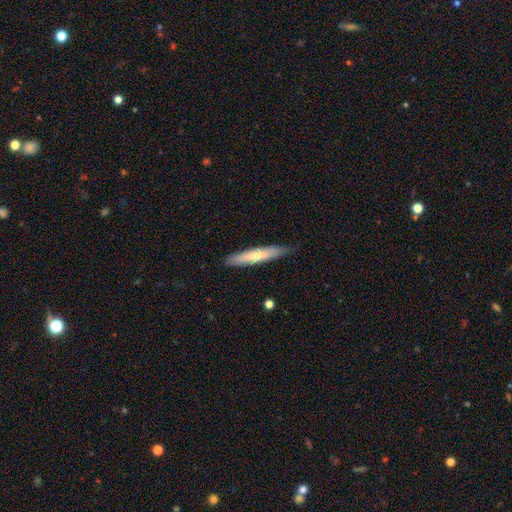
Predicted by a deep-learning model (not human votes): Smooth or featured? smooth (63%)
How rounded? cigar-shaped (89%)
Merging? none (83%)